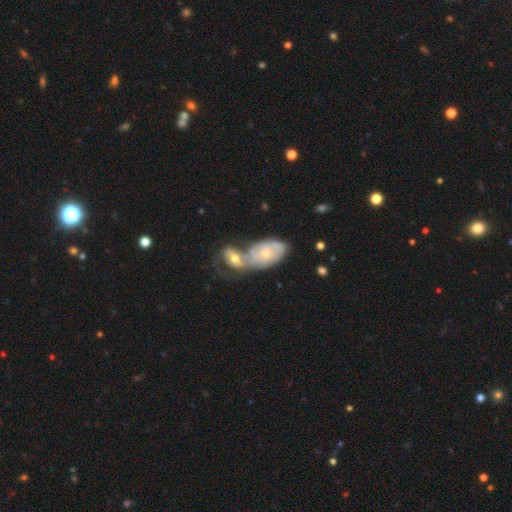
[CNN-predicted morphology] featured or disk 64%, smooth 24%, star or artifact 12%. Down the decision tree: edge-on disk — no (91%); bar — no (69%); spiral arms — yes (79%); bulge size — small (63%); merging — merger (50%).